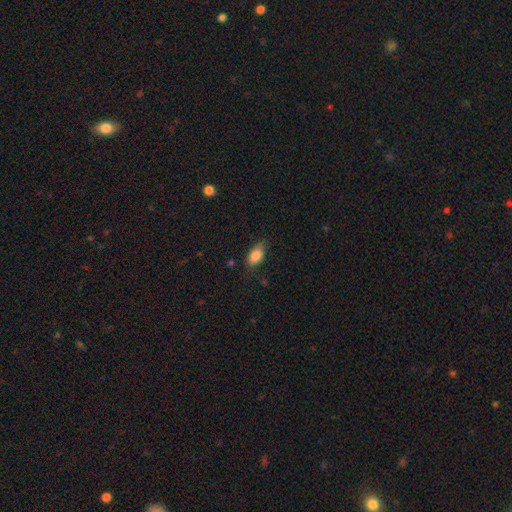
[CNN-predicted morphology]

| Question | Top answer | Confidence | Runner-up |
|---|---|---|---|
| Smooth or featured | smooth | 84% | featured or disk (8%) |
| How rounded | in between | 89% | round (7%) |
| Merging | none | 73% | minor disturbance (22%) |